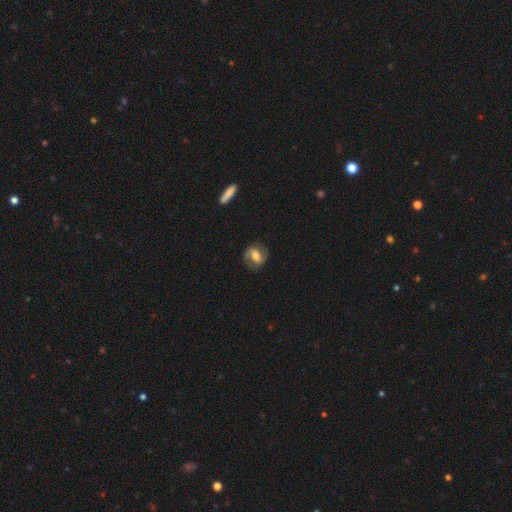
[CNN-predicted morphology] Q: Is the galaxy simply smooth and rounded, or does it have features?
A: featured or disk — 76%.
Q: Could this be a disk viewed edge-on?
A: no — 97%.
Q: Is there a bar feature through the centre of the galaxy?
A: weak — 44%.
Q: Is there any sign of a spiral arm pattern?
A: yes — 92%.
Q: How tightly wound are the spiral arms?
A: medium — 53%.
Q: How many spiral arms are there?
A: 2 — 91%.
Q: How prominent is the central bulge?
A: moderate — 61%.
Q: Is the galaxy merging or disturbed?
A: none — 83%.